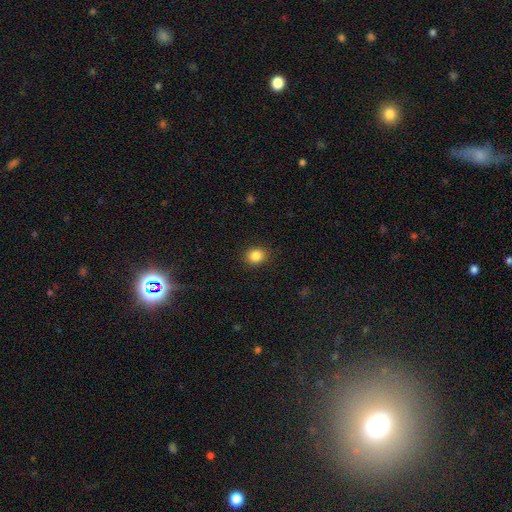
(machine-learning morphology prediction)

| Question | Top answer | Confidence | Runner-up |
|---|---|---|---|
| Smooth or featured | smooth | 86% | star or artifact (10%) |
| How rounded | round | 63% | in between (36%) |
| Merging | none | 89% | minor disturbance (8%) |